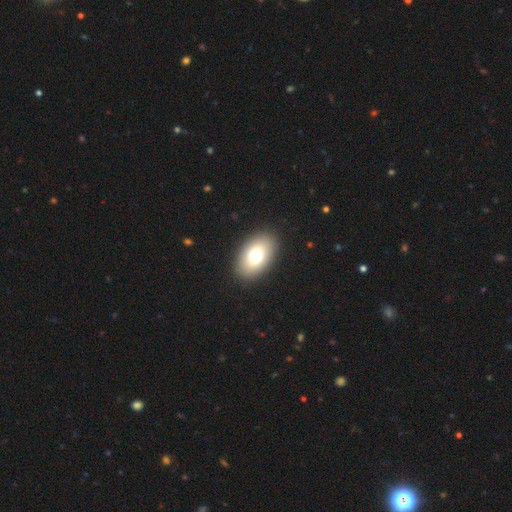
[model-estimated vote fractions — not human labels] Morphology: type=smooth (76%); roundness=in between (90%); merging=none (90%).